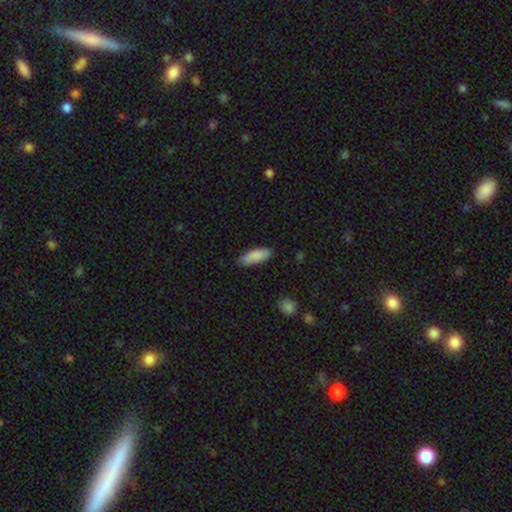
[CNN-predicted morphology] Smooth or featured?
  - smooth: 87% *
  - featured or disk: 7%
  - star or artifact: 6%
How rounded?
  - in between: 62% *
  - cigar-shaped: 36%
  - round: 2%
Merging?
  - none: 85% *
  - minor disturbance: 12%
  - major disturbance: 2%
  - merger: 1%